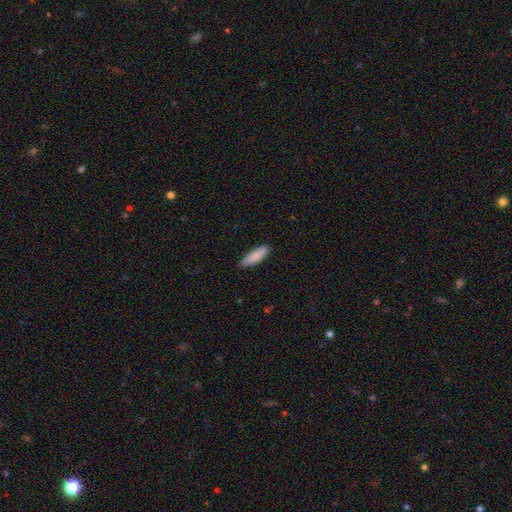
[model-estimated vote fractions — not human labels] A smooth galaxy with no disk features (85%) that is in between round and cigar-shaped (52%).

Vote fractions:
- Smooth or featured? smooth: 85% / featured or disk: 9% / star or artifact: 6%
- How rounded? in between: 52% / cigar-shaped: 47% / round: 2%
- Merging? none: 84% / minor disturbance: 13% / major disturbance: 2% / merger: 1%